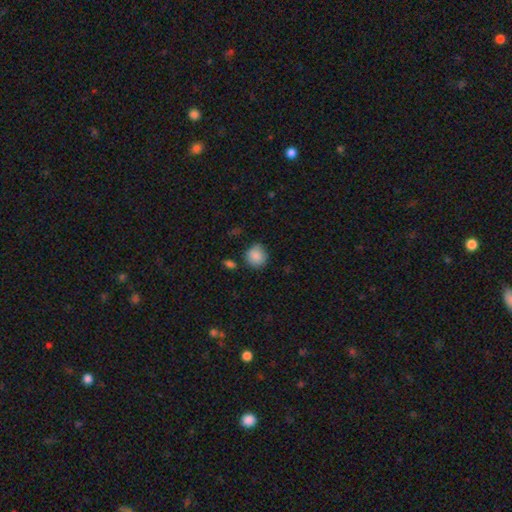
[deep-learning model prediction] The model was most divided on "merging": none: 78%, minor disturbance: 15%, merger: 3%, major disturbance: 3%. More confident: how rounded — round (88%); smooth or featured — smooth (87%).